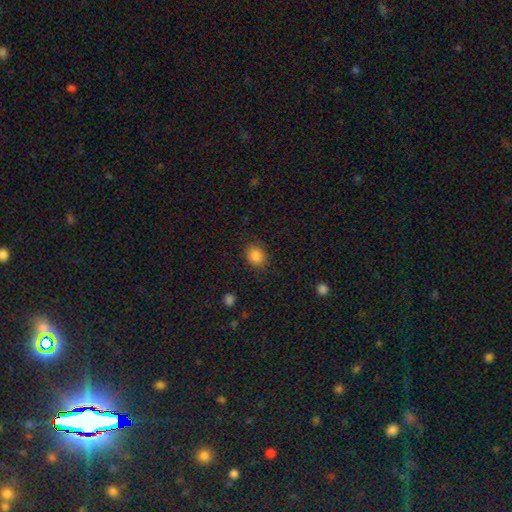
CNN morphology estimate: smooth_or_featured: smooth (p=0.85) [alt: star or artifact p=0.10]
how_rounded: round (p=0.60) [alt: in between p=0.39]
merging: none (p=0.85) [alt: minor disturbance p=0.11]